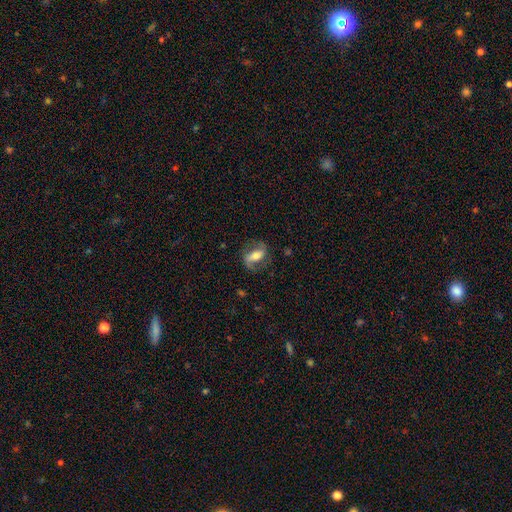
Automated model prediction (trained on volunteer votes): A featured or disk galaxy (61%) with a strong bar (51%), spiral arms (78%) and a moderate central bulge (61%). Merging: none (73%).